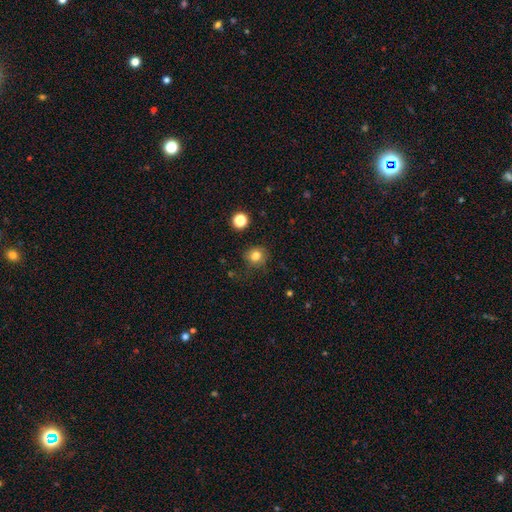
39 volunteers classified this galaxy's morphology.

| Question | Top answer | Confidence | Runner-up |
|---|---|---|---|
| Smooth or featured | smooth | 82% | featured or disk (13%) |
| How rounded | round | 84% | in between (16%) |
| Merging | none | 62% | minor disturbance (22%) |